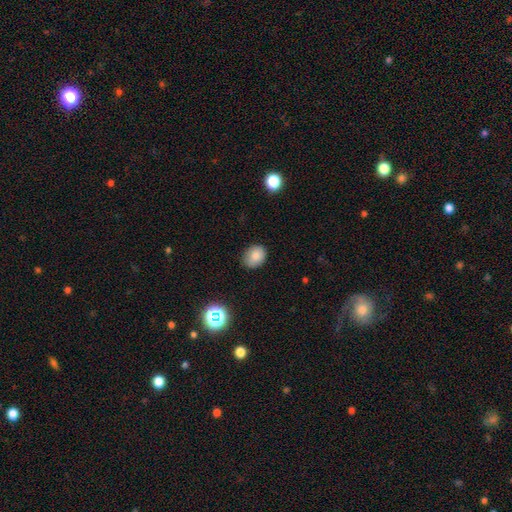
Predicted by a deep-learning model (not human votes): The model was most divided on "how rounded": in between: 54%, round: 45%, cigar-shaped: 1%. More confident: smooth or featured — smooth (83%); merging — none (82%).